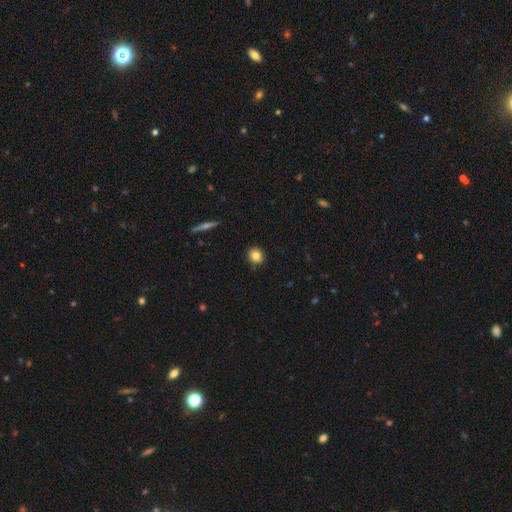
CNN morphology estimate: A smooth galaxy with no disk features (83%) that is round (84%). Merging: none (90%).